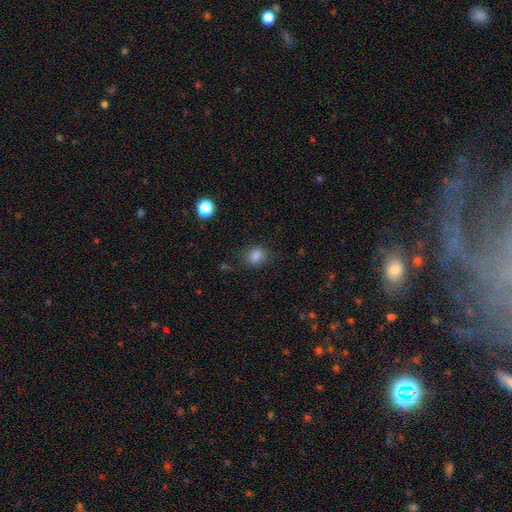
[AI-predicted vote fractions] smooth 83%, star or artifact 11%, featured or disk 5%. Down the decision tree: how rounded — in between (50%); merging — none (77%).